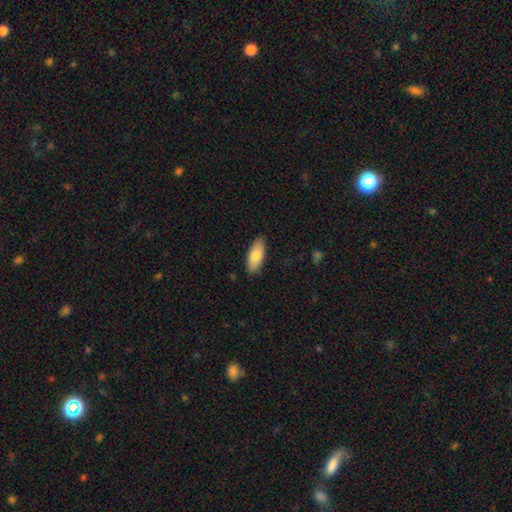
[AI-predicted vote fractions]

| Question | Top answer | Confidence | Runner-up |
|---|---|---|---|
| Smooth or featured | smooth | 81% | featured or disk (13%) |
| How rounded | in between | 81% | cigar-shaped (17%) |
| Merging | none | 88% | minor disturbance (9%) |